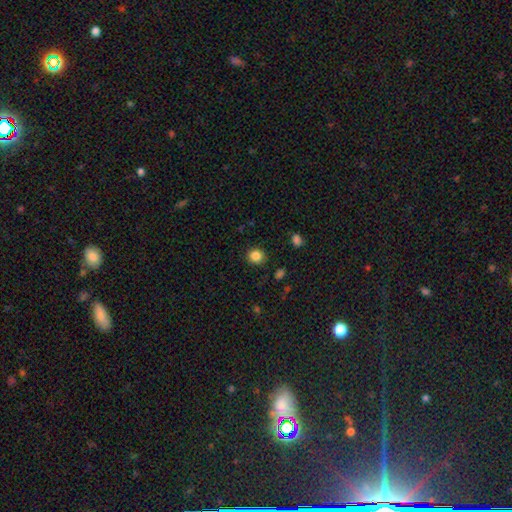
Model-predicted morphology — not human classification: Smooth or featured? Predicted: smooth (p=0.86). How rounded? Predicted: round (p=0.85). Merging? Predicted: none (p=0.89).